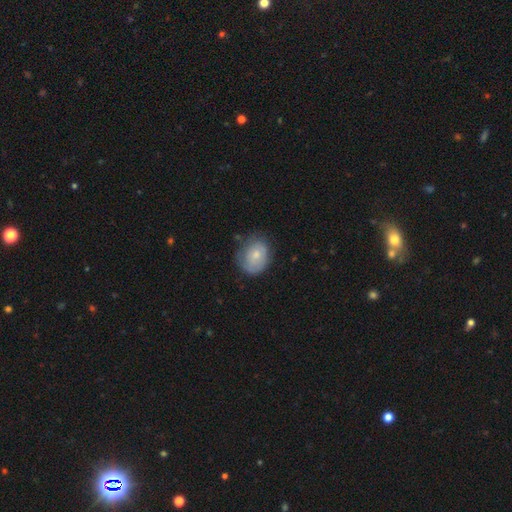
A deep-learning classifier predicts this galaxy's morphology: smooth 67%, featured or disk 26%, star or artifact 7%. Down the decision tree: how rounded — in between (53%); merging — none (63%).